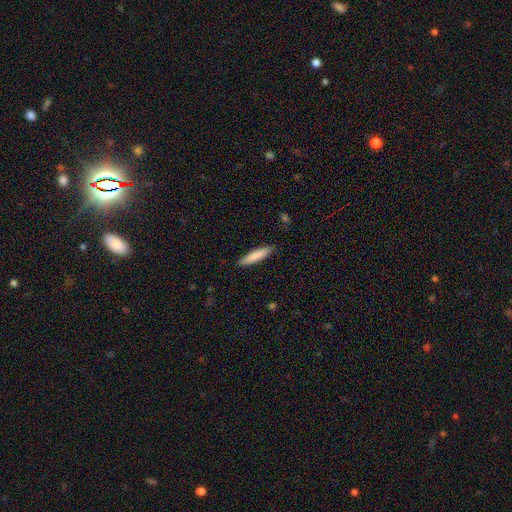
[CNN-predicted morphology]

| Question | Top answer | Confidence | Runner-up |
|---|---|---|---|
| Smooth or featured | smooth | 84% | featured or disk (10%) |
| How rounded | cigar-shaped | 81% | in between (17%) |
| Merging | none | 87% | minor disturbance (10%) |